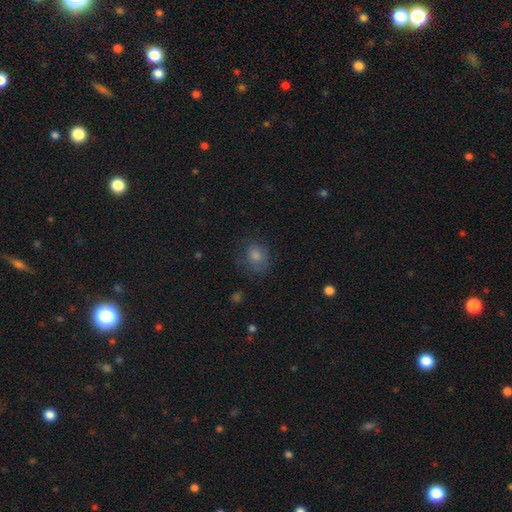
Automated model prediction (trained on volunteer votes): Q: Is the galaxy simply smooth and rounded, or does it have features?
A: smooth — 65%.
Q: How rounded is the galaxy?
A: round — 64%.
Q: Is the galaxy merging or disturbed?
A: none — 71%.